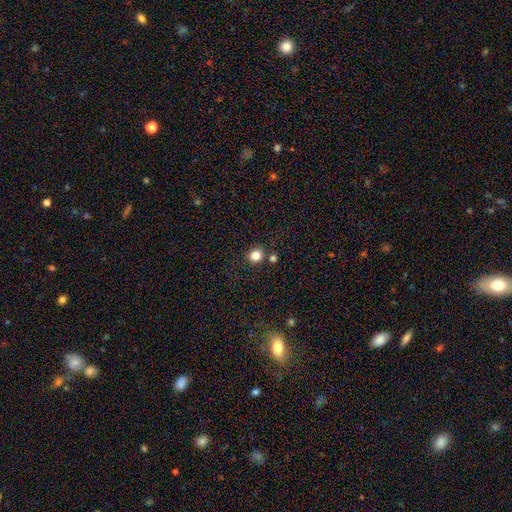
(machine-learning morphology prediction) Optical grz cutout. It shows a smooth galaxy with no disk features (82%) that is round (87%). Merging: none (84%).